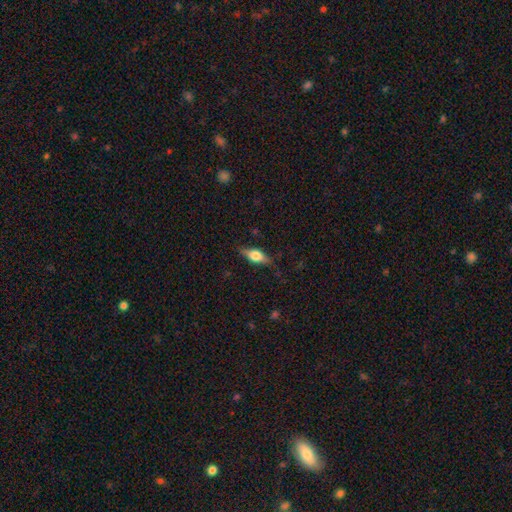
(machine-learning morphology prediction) This appears to be a smooth galaxy with no disk features (53%) that is in between round and cigar-shaped (69%). Merging: none (80%).